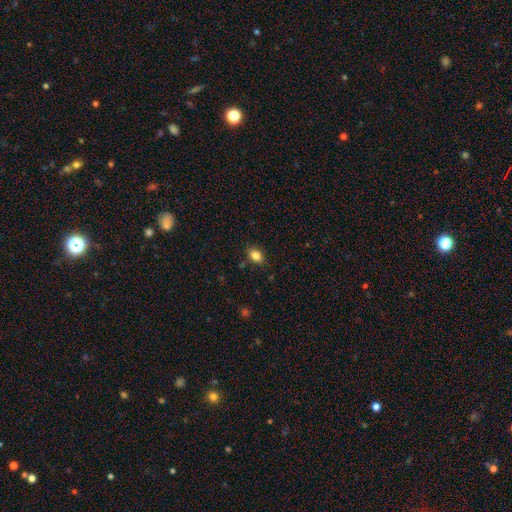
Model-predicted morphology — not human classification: Smooth or featured? smooth (85%)
How rounded? in between (77%)
Merging? none (85%)